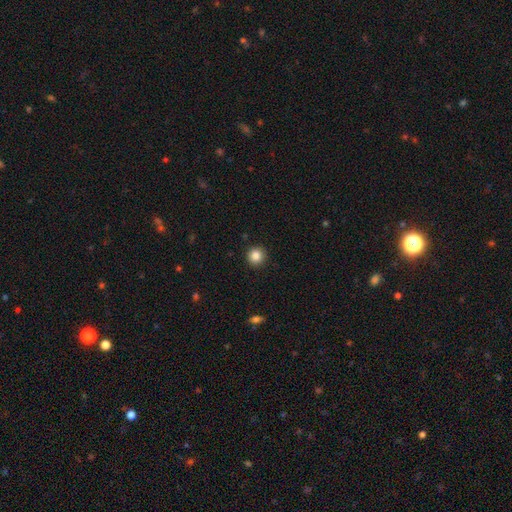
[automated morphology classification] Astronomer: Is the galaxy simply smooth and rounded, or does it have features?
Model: smooth — 85%.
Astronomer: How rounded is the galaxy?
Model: round — 94%.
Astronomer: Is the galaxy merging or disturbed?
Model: none — 92%.